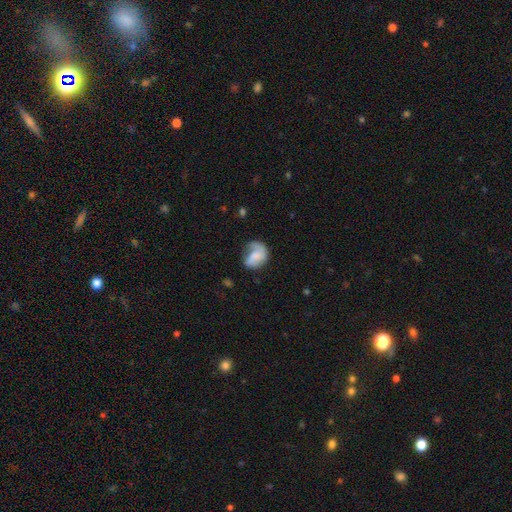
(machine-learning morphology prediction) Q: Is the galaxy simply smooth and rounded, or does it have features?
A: smooth — 52%.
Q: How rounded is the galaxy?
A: in between — 60%.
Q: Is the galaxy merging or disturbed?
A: none — 37%.